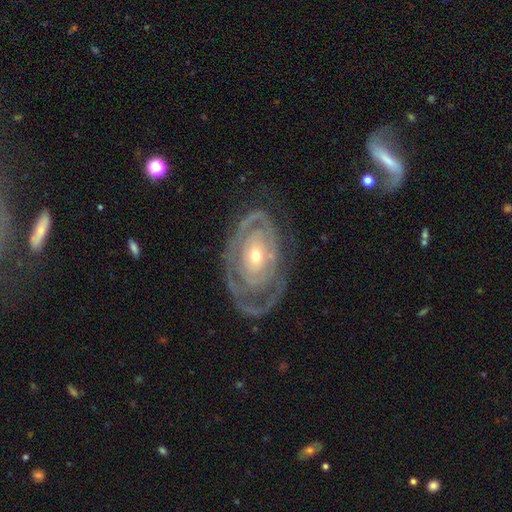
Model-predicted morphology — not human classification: Smooth or featured?
  - featured or disk: 83% *
  - smooth: 12%
  - star or artifact: 5%
Edge-on disk?
  - no: 95% *
  - yes: 5%
Bar?
  - no: 74% *
  - weak: 19%
  - strong: 8%
Spiral arms?
  - yes: 78% *
  - no: 22%
Spiral winding?
  - tight: 75% *
  - medium: 18%
  - loose: 7%
Spiral arm count?
  - can't tell: 39% *
  - 2: 26%
  - 1: 18%
  - 3: 9%
  - 4: 4%
  - more than 4: 4%
Bulge size?
  - small: 54% *
  - moderate: 42%
  - large: 2%
  - dominant: 1%
  - none: 1%
Merging?
  - none: 66% *
  - minor disturbance: 19%
  - major disturbance: 14%
  - merger: 2%